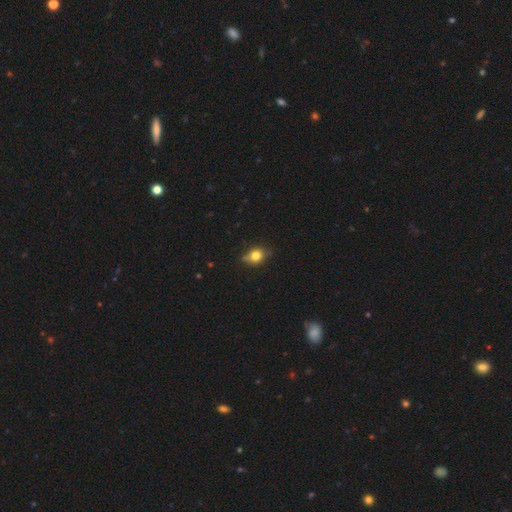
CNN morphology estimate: smooth-or-featured: smooth: 72% | featured or disk: 17% | star or artifact: 11%
  how-rounded: round: 51% | in between: 46% | cigar-shaped: 3%
  merging: none: 70% | minor disturbance: 24% | major disturbance: 4% | merger: 2%